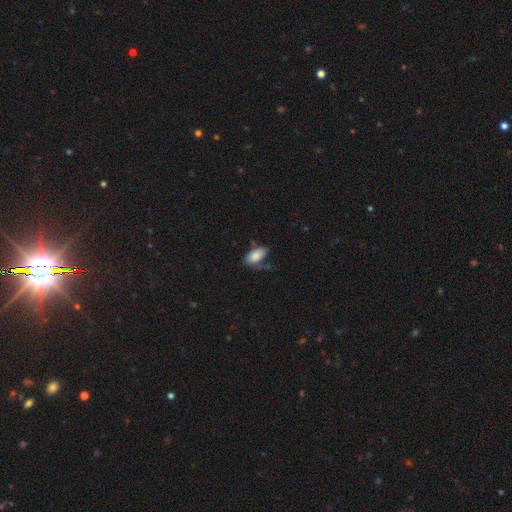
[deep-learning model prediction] smooth 83%, featured or disk 10%, star or artifact 7%. Down the decision tree: how rounded — in between (93%); merging — none (55%).